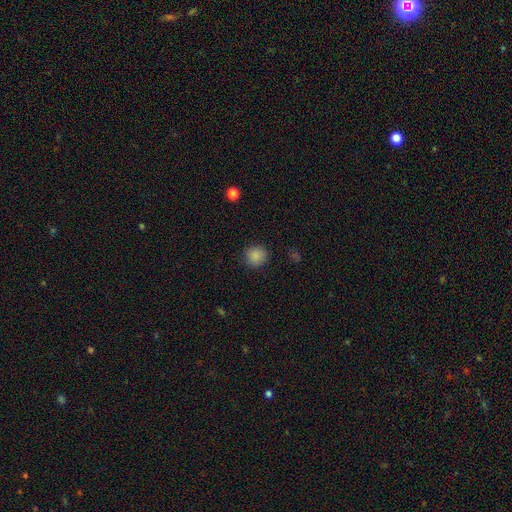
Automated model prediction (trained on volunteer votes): The model was most divided on "smooth or featured": smooth: 87%, star or artifact: 10%, featured or disk: 3%. More confident: how rounded — round (90%); merging — none (90%).